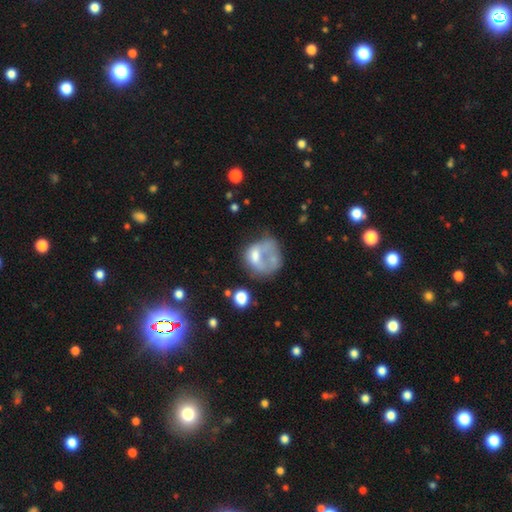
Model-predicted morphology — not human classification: type=smooth (48%); merging=major disturbance (39%).